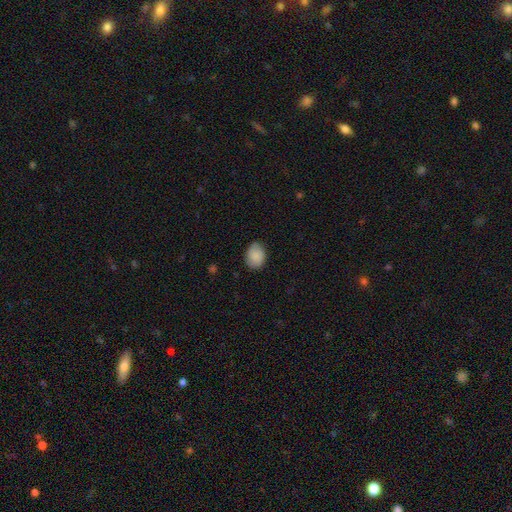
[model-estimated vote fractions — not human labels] This appears to be a smooth galaxy with no disk features (83%) that is in between round and cigar-shaped (61%). Merging: none (79%).